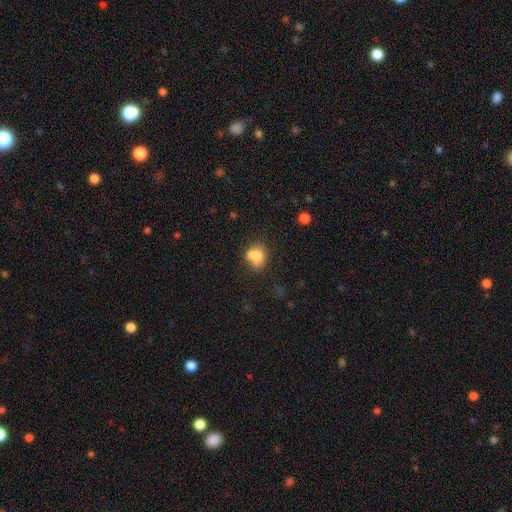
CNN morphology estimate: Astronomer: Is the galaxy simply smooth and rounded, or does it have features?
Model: smooth — 71%.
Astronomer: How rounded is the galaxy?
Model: round — 58% (runner-up: in between, 41%).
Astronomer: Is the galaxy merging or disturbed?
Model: merger — 49% (runner-up: none, 33%).